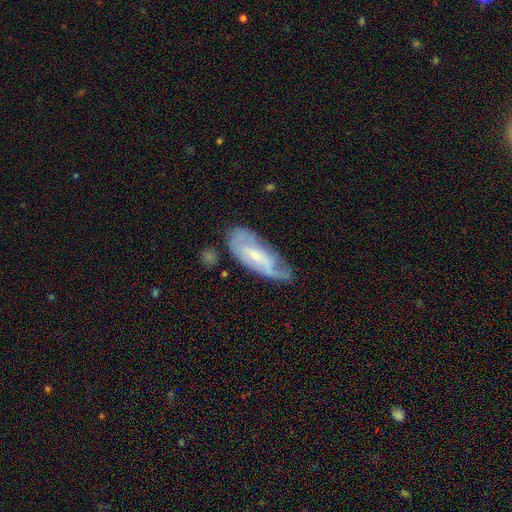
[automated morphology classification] Smooth or featured?
  - featured or disk: 61% *
  - smooth: 32%
  - star or artifact: 7%
Edge-on disk?
  - no: 85% *
  - yes: 15%
Bar?
  - no: 42% * (tied)
  - weak: 42% * (tied)
  - strong: 16%
Spiral arms?
  - yes: 73% *
  - no: 27%
Bulge size?
  - small: 61% *
  - moderate: 32%
  - none: 4%
  - large: 2%
  - dominant: 1%
Merging?
  - none: 50% *
  - minor disturbance: 32%
  - major disturbance: 14%
  - merger: 4%